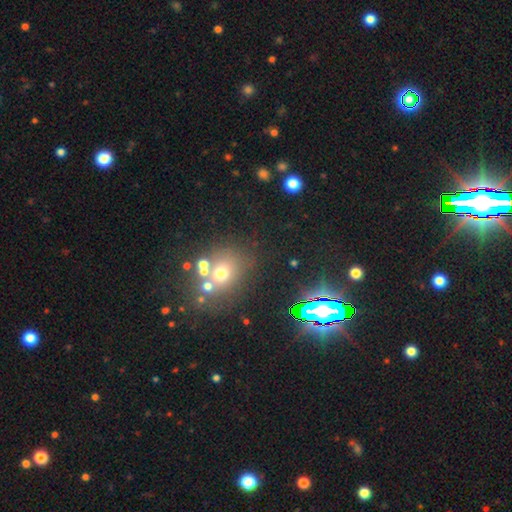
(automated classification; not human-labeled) Smooth or featured: star or artifact — 60% (smooth — 29%)